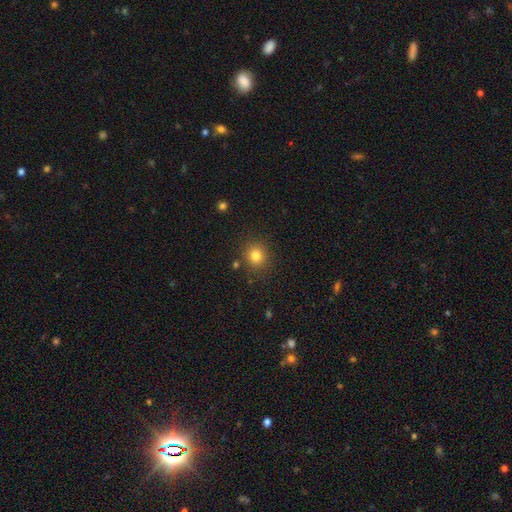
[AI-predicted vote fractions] Q: Smooth or featured?
A: smooth (81%); runner-up: star or artifact (13%)
Q: How rounded?
A: round (88%); runner-up: in between (11%)
Q: Merging?
A: none (86%); runner-up: minor disturbance (8%)